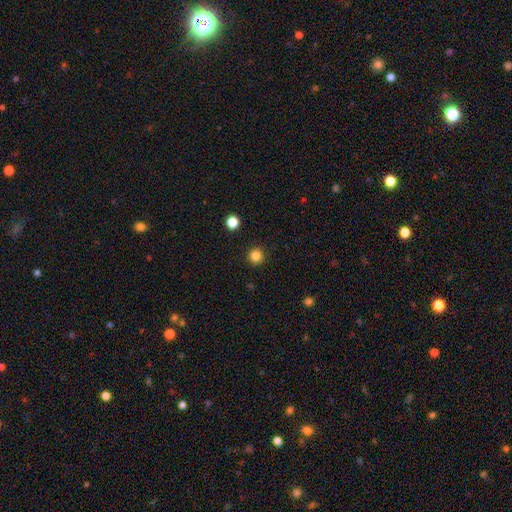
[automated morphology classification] Smooth or featured? Predicted: smooth (p=0.84). How rounded? Predicted: round (p=0.95). Merging? Predicted: none (p=0.92).